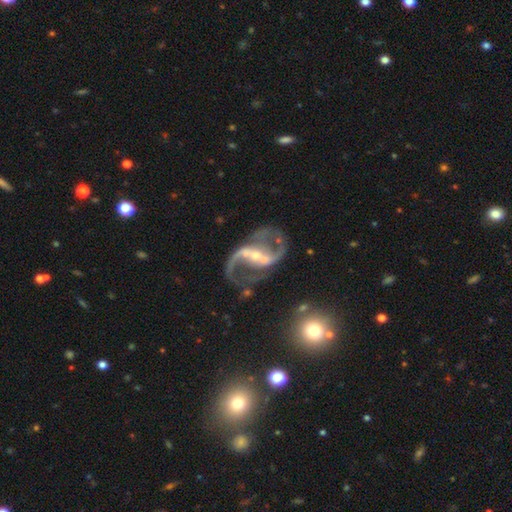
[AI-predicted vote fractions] Smooth or featured?
  - featured or disk: 90% *
  - star or artifact: 6%
  - smooth: 4%
Edge-on disk?
  - no: 97% *
  - yes: 3%
Bar?
  - strong: 54% *
  - weak: 31%
  - no: 15%
Spiral arms?
  - yes: 95% *
  - no: 5%
Spiral winding?
  - loose: 59% *
  - medium: 34%
  - tight: 7%
Spiral arm count?
  - 2: 92% *
  - 1: 2%
  - can't tell: 2%
  - 3: 1%
  - 4: 1%
  - more than 4: 1%
Bulge size?
  - small: 63% *
  - moderate: 29%
  - none: 4%
  - large: 2%
  - dominant: 1%
Merging?
  - none: 54% *
  - major disturbance: 17%
  - minor disturbance: 15%
  - merger: 13%